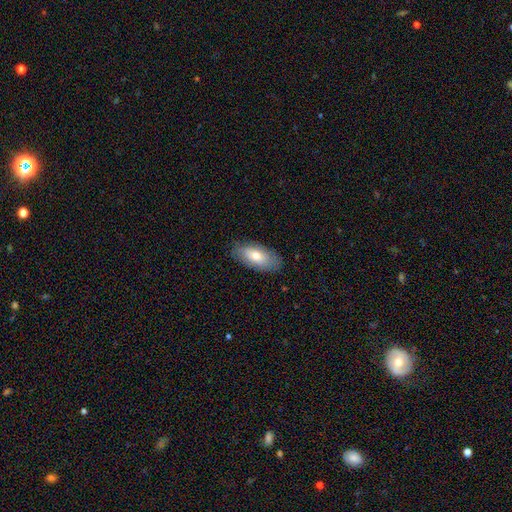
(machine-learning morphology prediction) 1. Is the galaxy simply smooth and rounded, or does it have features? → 75% smooth, 19% featured or disk, 6% star or artifact.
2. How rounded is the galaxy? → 89% in between, 9% cigar-shaped, 2% round.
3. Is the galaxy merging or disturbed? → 83% none, 13% minor disturbance, 3% major disturbance, 1% merger.